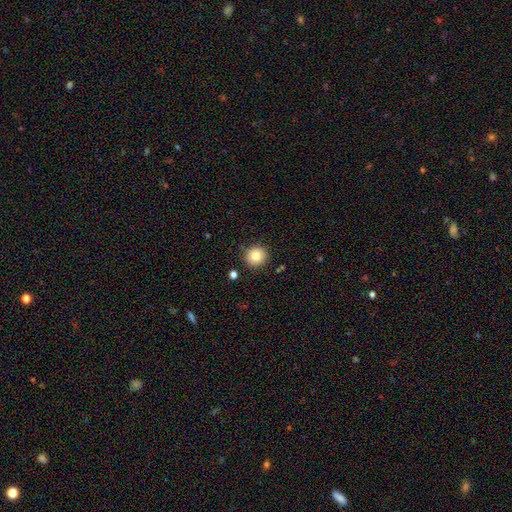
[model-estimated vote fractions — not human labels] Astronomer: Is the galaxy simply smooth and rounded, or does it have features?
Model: smooth — 83%.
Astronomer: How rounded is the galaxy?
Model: round — 92%.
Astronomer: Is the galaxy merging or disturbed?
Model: none — 89%.